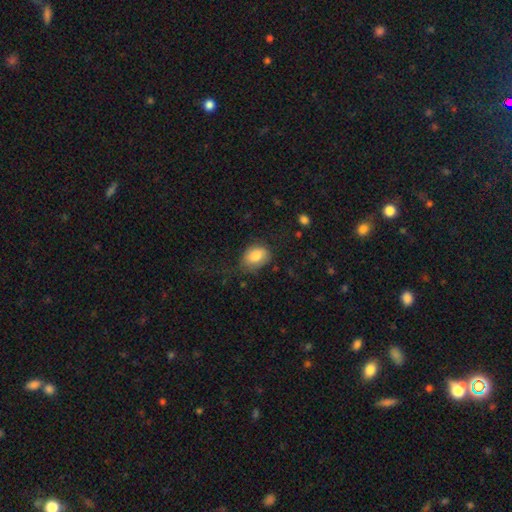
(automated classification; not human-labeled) This is clearly a smooth galaxy (83%). How rounded: likely in between (77%). Merging: likely none (63%).